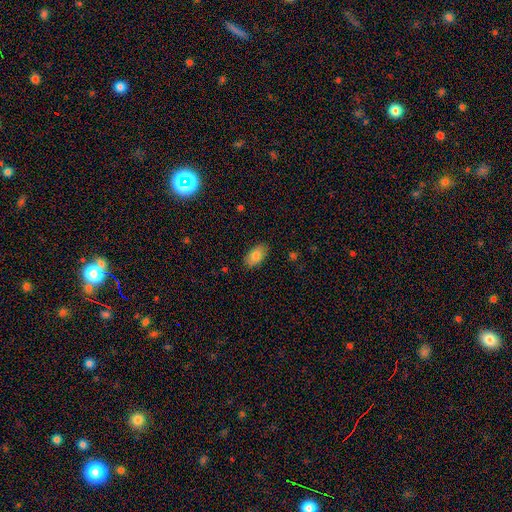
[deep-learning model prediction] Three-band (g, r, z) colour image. It shows a smooth galaxy with no disk features (82%) that is in between round and cigar-shaped (93%). Merging: none (86%).